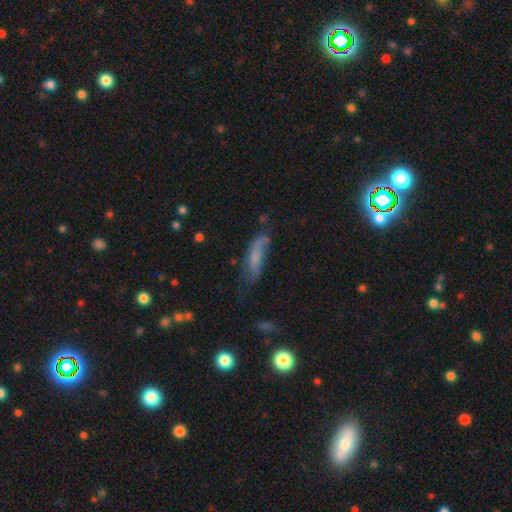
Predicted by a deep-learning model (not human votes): A smooth galaxy with no disk features (60%) that is cigar-shaped (56%). Merging: none (45%).